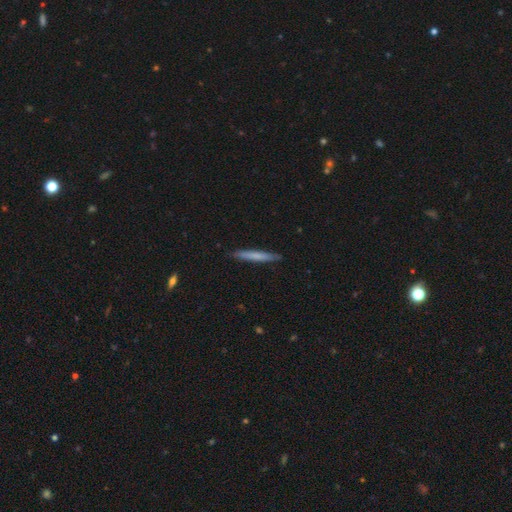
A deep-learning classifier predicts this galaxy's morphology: A smooth galaxy with no disk features (67%) that is cigar-shaped (96%).

Vote fractions:
- Smooth or featured? smooth: 67% / featured or disk: 27% / star or artifact: 5%
- How rounded? cigar-shaped: 96% / in between: 3% / round: 1%
- Merging? none: 90% / minor disturbance: 8% / major disturbance: 1% / merger: 1%